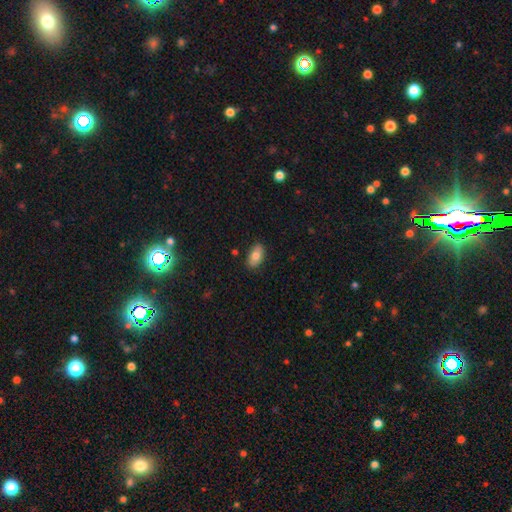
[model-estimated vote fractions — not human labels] Smooth or featured: smooth — 79% (featured or disk — 14%)
How rounded: in between — 92% (round — 4%)
Merging: none — 86% (minor disturbance — 11%)